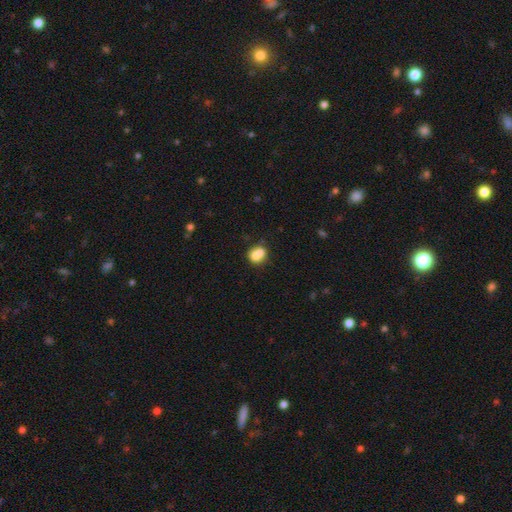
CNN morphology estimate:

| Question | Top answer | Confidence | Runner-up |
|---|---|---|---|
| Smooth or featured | smooth | 76% | featured or disk (15%) |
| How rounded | round | 51% | in between (47%) |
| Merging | none | 44% | merger (36%) |